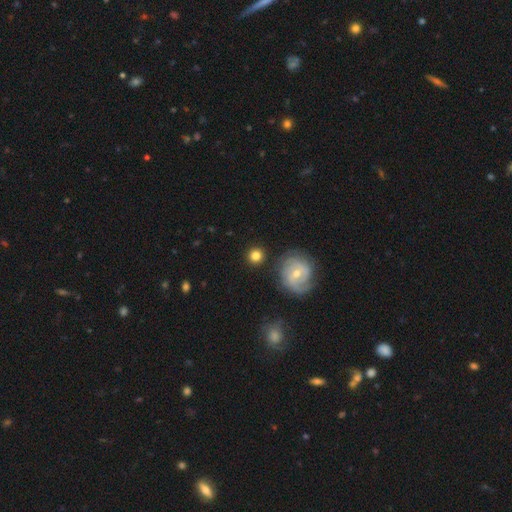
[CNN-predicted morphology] A smooth galaxy with no disk features (76%) that is round (91%).

Vote fractions:
- Smooth or featured? smooth: 76% / featured or disk: 16% / star or artifact: 8%
- How rounded? round: 91% / in between: 8% / cigar-shaped: 1%
- Merging? none: 86% / minor disturbance: 8% / merger: 3% / major disturbance: 3%